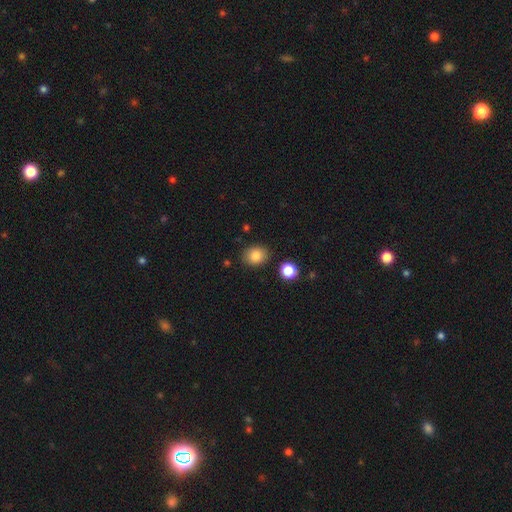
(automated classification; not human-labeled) This appears to be a smooth galaxy with no disk features (85%) that is round (56%). Merging: none (84%).